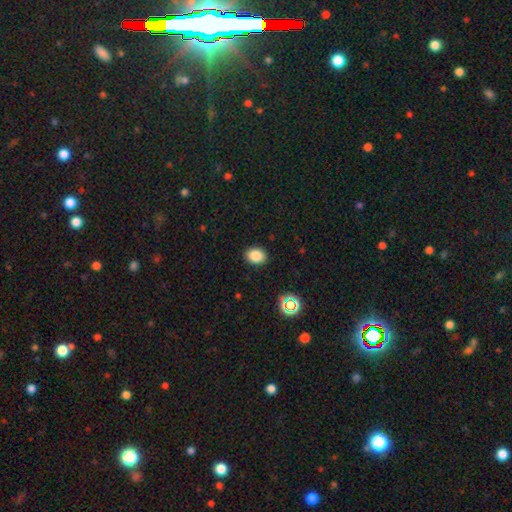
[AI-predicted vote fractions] Smooth or featured: smooth — 84% (star or artifact — 12%)
How rounded: in between — 57% (round — 42%)
Merging: none — 89% (minor disturbance — 8%)